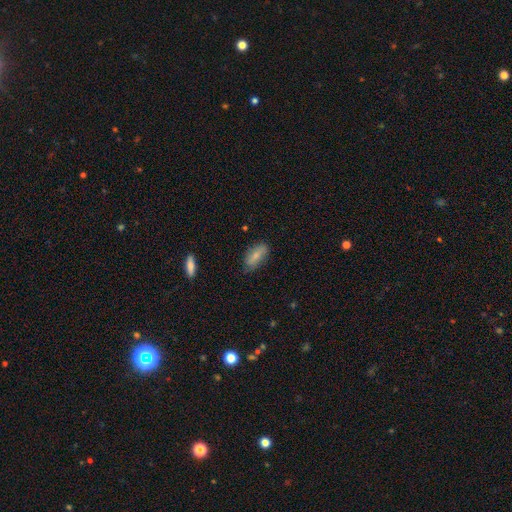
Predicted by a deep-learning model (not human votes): Overall: smooth (77%). How rounded: in between (86%). Merging: none (73%).